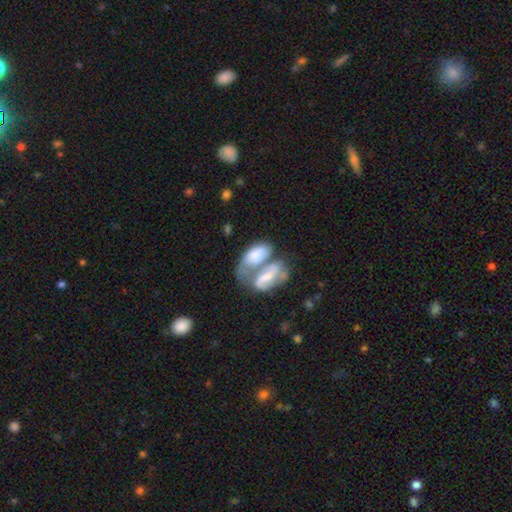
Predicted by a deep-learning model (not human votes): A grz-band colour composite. It shows a smooth galaxy with no disk features (53%) that is in between round and cigar-shaped (90%). Merging: merger (69%).